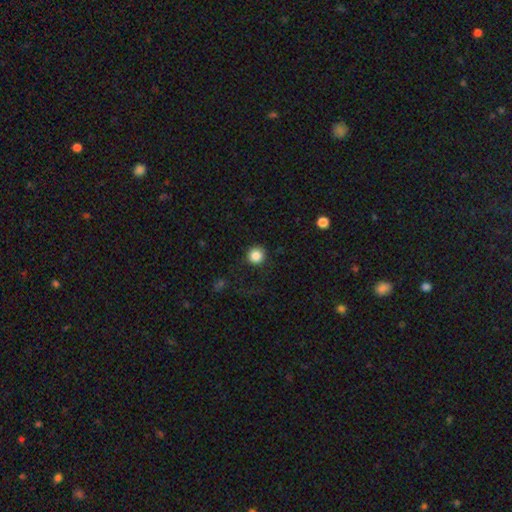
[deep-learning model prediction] Smooth or featured? Predicted: smooth (p=0.86). How rounded? Predicted: round (p=0.93). Merging? Predicted: none (p=0.88).